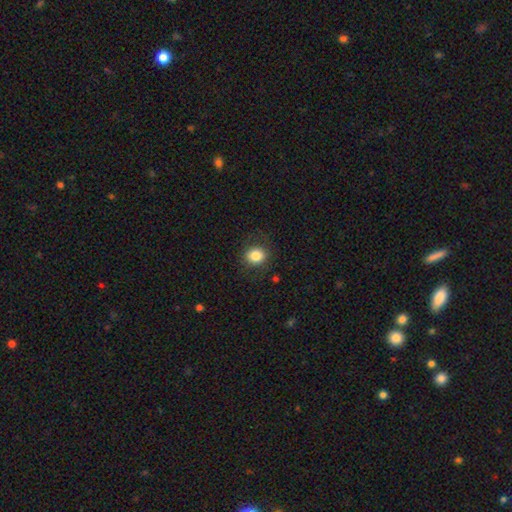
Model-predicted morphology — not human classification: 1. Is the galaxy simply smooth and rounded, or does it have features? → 84% smooth, 10% star or artifact, 6% featured or disk.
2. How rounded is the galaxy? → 79% round, 20% in between, 1% cigar-shaped.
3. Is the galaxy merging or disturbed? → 86% none, 9% minor disturbance, 4% major disturbance, 1% merger.